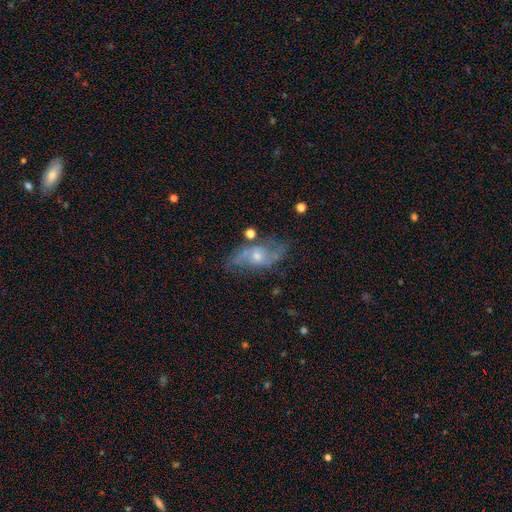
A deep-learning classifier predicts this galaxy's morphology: smooth_or_featured: featured or disk (p=0.76) [alt: smooth p=0.15]
disk_edge_on: no (p=0.92) [alt: yes p=0.08]
bar: no (p=0.66) [alt: weak p=0.29]
has_spiral_arms: yes (p=0.88) [alt: no p=0.12]
spiral_winding: loose (p=0.43) [alt: medium p=0.41]
spiral_arm_count: 2 (p=0.79) [alt: can't tell p=0.12]
bulge_size: small (p=0.51) [alt: moderate p=0.43]
merging: none (p=0.68) [alt: minor disturbance p=0.19]